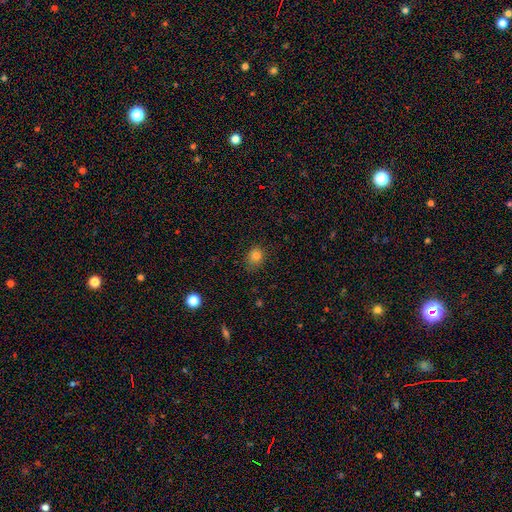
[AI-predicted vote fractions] smooth-or-featured: smooth: 81% | star or artifact: 14% | featured or disk: 5%
  how-rounded: round: 58% | in between: 41% | cigar-shaped: 1%
  merging: none: 75% | minor disturbance: 19% | major disturbance: 5% | merger: 1%